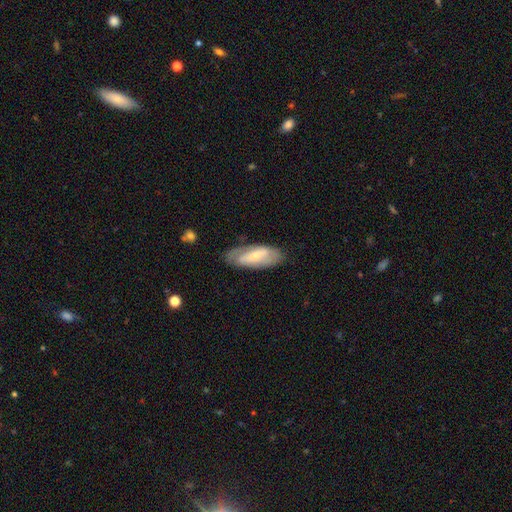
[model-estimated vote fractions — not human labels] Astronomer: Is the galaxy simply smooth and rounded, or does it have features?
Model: featured or disk — 55% (runner-up: smooth, 39%).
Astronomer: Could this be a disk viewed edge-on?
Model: no — 87%.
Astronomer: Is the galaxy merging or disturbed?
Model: none — 73%.